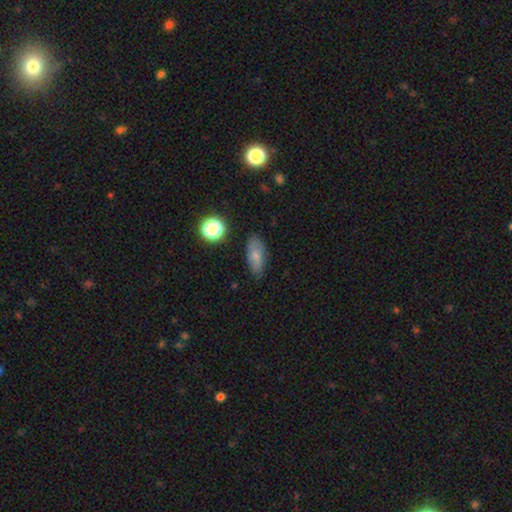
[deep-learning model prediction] Q: Smooth or featured?
A: smooth (75%); runner-up: featured or disk (15%)
Q: How rounded?
A: in between (83%); runner-up: cigar-shaped (11%)
Q: Merging?
A: none (81%); runner-up: minor disturbance (14%)